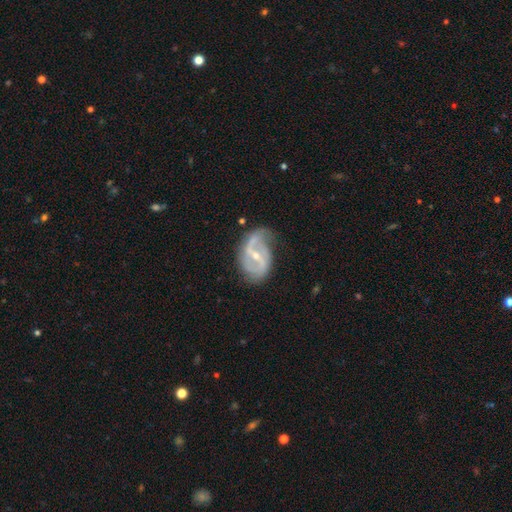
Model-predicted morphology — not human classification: Overall: featured or disk (87%). Edge-on disk: no (97%). Bar: weak (42%; strong 41%). Spiral arms: yes (93%). Spiral arm count: 2 (84%). Spiral winding: medium (45%; loose 39%). Bulge size: small (57%; moderate 40%). Merging: none (57%; minor disturbance 28%).